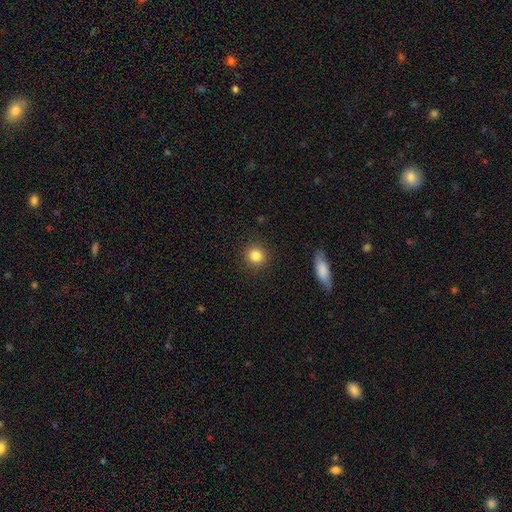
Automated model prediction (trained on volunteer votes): Q: Smooth or featured?
A: smooth (84%); runner-up: star or artifact (10%)
Q: How rounded?
A: round (90%); runner-up: in between (9%)
Q: Merging?
A: none (90%); runner-up: minor disturbance (6%)